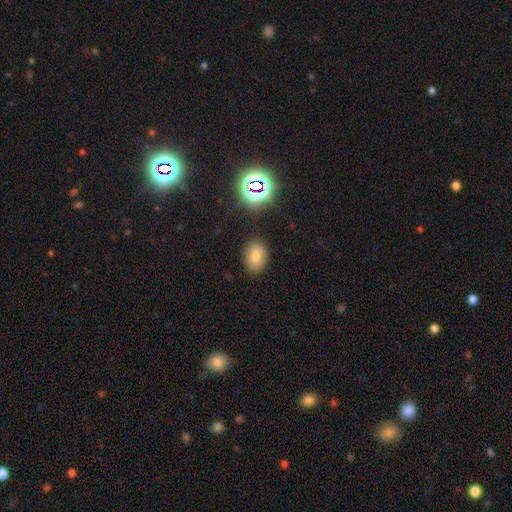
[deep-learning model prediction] Smooth or featured?
  - smooth: 67% *
  - star or artifact: 21%
  - featured or disk: 12%
How rounded?
  - in between: 77% *
  - round: 21%
  - cigar-shaped: 1%
Merging?
  - none: 86% *
  - minor disturbance: 9%
  - major disturbance: 3%
  - merger: 2%